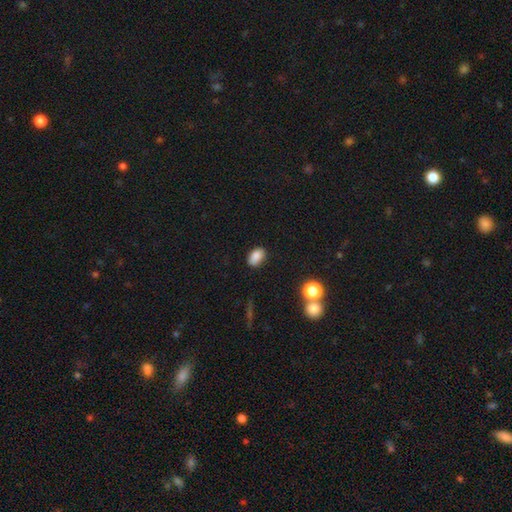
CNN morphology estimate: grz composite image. It shows a smooth galaxy with no disk features (85%) that is in between round and cigar-shaped (88%). Merging: none (85%).